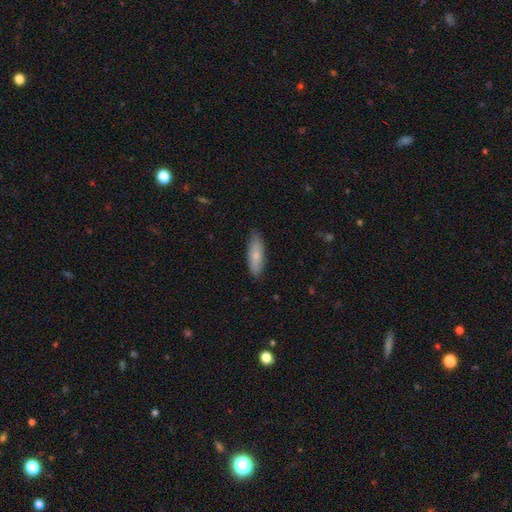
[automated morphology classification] A smooth galaxy with no disk features (76%) that is in between round and cigar-shaped (55%).

Vote fractions:
- Smooth or featured? smooth: 76% / featured or disk: 18% / star or artifact: 6%
- How rounded? in between: 55% / cigar-shaped: 43% / round: 2%
- Merging? none: 86% / minor disturbance: 11% / major disturbance: 2% / merger: 1%